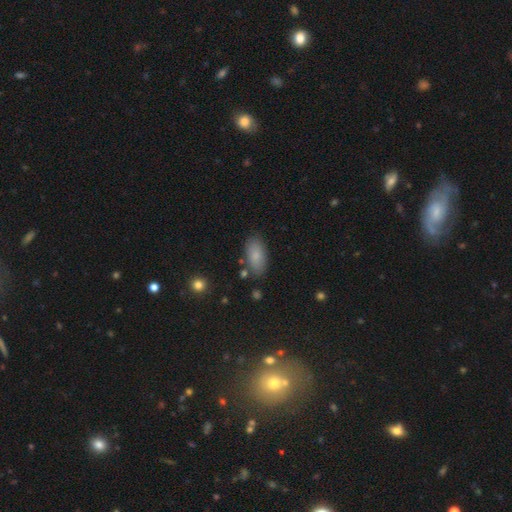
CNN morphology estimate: type=smooth (84%); roundness=in between (92%); merging=none (81%).